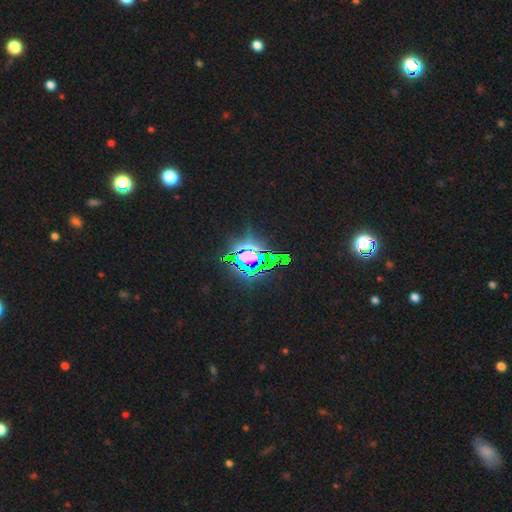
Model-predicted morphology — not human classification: This appears to be a star or artifact, not a galaxy (79%).